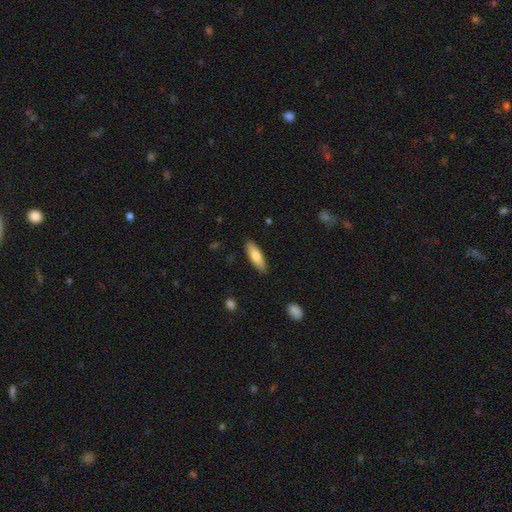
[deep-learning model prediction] This appears to be a smooth galaxy with no disk features (75%) that is in between round and cigar-shaped (50%). Merging: none (87%).